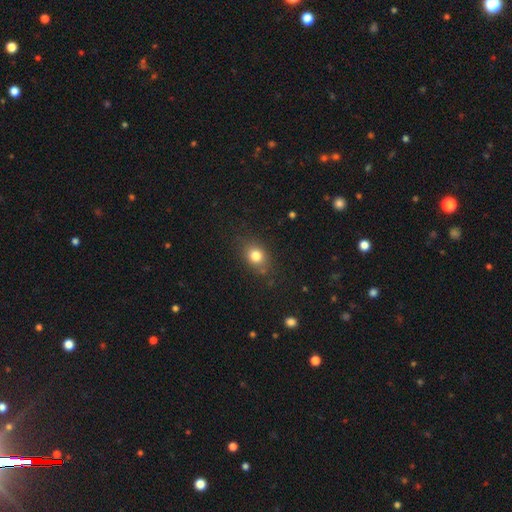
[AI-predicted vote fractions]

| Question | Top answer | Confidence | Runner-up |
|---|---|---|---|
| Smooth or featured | smooth | 80% | star or artifact (12%) |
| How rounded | round | 50% | in between (48%) |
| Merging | none | 78% | minor disturbance (16%) |